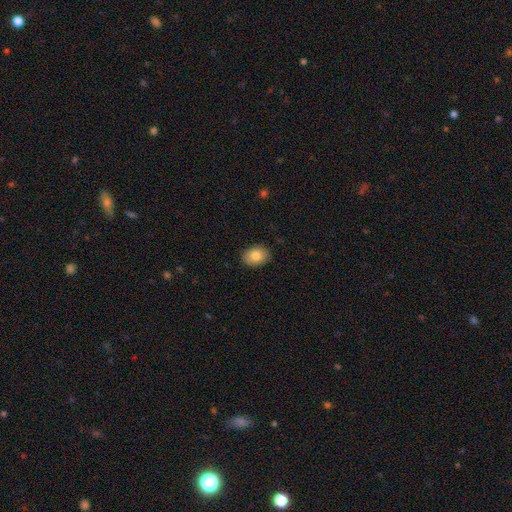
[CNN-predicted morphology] smooth_or_featured: smooth (p=0.83) [alt: featured or disk p=0.10]
how_rounded: in between (p=0.74) [alt: round p=0.25]
merging: none (p=0.89) [alt: minor disturbance p=0.08]